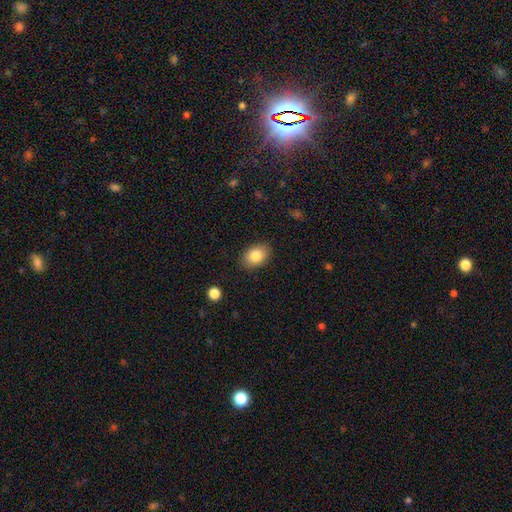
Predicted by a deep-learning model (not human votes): Smooth or featured: smooth — 83% (featured or disk — 9%)
How rounded: in between — 77% (round — 22%)
Merging: none — 87% (minor disturbance — 10%)